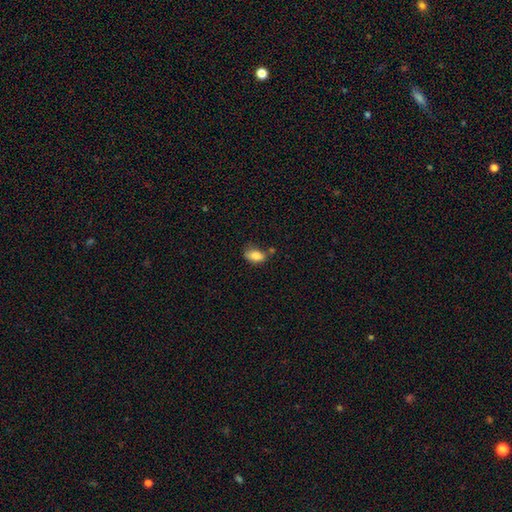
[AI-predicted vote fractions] This appears to be a smooth galaxy with no disk features (85%) that is in between round and cigar-shaped (88%). Merging: none (57%).